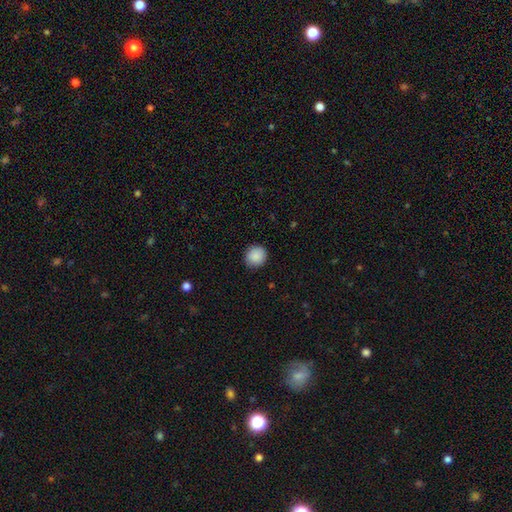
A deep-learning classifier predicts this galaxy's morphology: Smooth or featured? Predicted: smooth (p=0.89). How rounded? Predicted: round (p=0.88). Merging? Predicted: none (p=0.89).